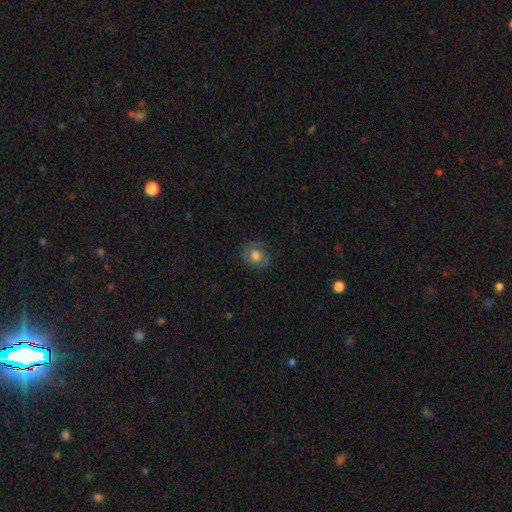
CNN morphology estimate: Smooth or featured? Predicted: smooth (p=0.61). How rounded? Predicted: round (p=0.74). Merging? Predicted: none (p=0.72).